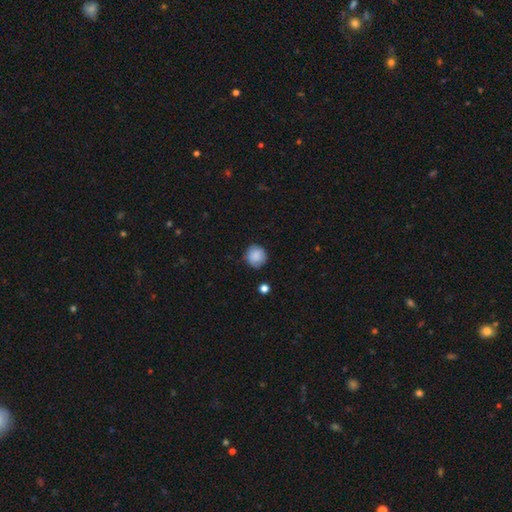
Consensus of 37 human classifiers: Q: Smooth or featured?
A: smooth (89%); runner-up: featured or disk (8%)
Q: How rounded?
A: round (85%); runner-up: in between (12%)
Q: Merging?
A: none (81%); runner-up: minor disturbance (11%)